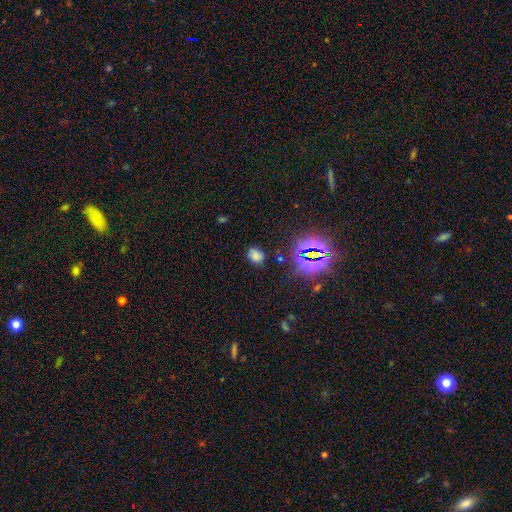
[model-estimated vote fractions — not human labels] Smooth or featured: smooth — 65% (star or artifact — 26%)
How rounded: in between — 62% (round — 37%)
Merging: none — 79% (minor disturbance — 15%)